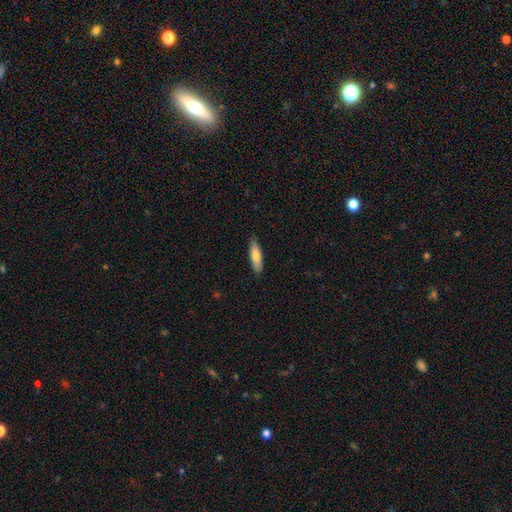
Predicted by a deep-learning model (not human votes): A smooth galaxy with no disk features (75%) that is cigar-shaped (61%).

Vote fractions:
- Smooth or featured? smooth: 75% / featured or disk: 20% / star or artifact: 6%
- How rounded? cigar-shaped: 61% / in between: 38% / round: 2%
- Merging? none: 87% / minor disturbance: 11% / major disturbance: 2% / merger: 1%